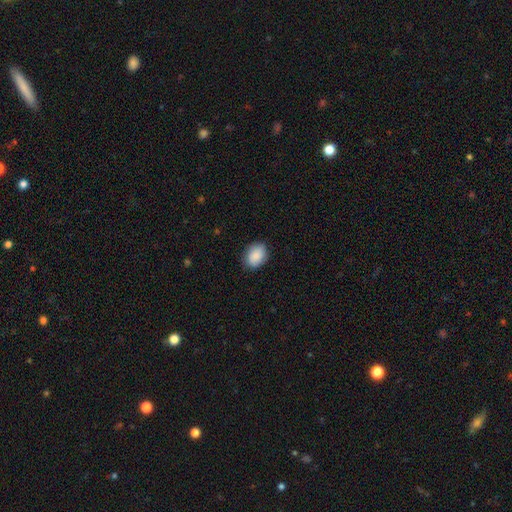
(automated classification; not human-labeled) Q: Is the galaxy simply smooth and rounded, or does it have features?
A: smooth — 89%.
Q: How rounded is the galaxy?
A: in between — 65%.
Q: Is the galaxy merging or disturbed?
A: none — 84%.